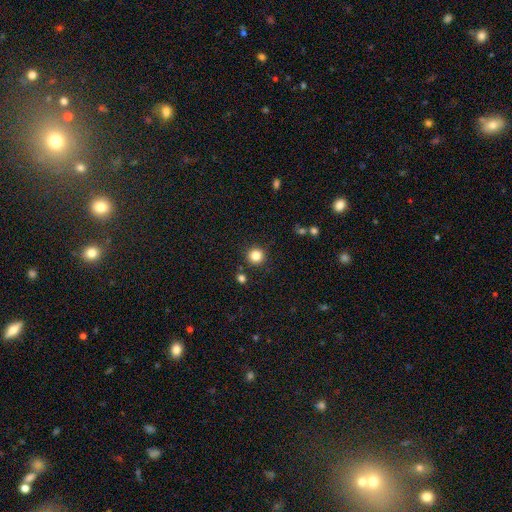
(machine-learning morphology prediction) type=smooth (84%); roundness=round (95%); merging=none (90%).